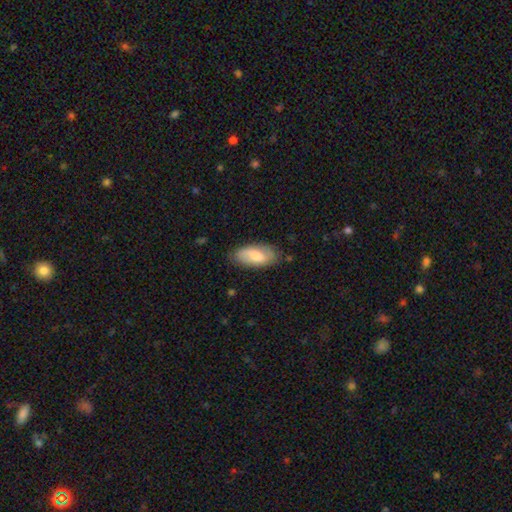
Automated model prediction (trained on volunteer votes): Smooth or featured? Predicted: smooth (p=0.71). How rounded? Predicted: in between (p=0.92). Merging? Predicted: none (p=0.75).